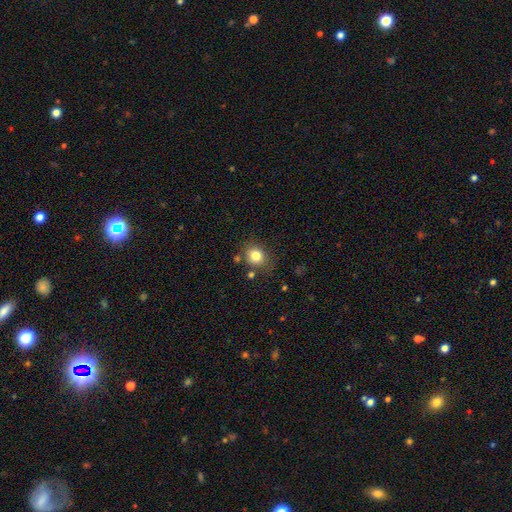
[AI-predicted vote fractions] Smooth or featured: smooth — 81% (star or artifact — 12%)
How rounded: round — 75% (in between — 25%)
Merging: none — 76% (minor disturbance — 14%)